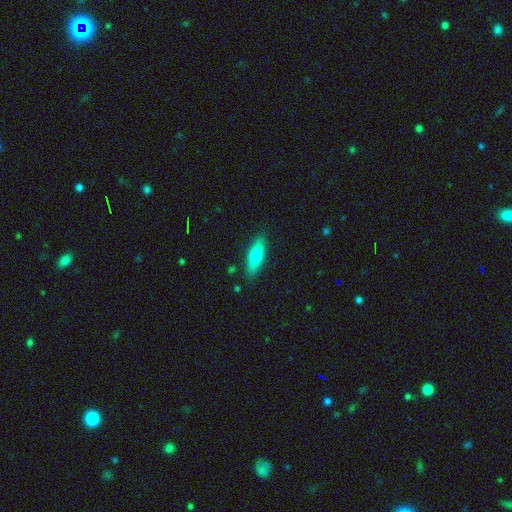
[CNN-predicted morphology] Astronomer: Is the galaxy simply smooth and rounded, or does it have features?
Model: smooth — 67%.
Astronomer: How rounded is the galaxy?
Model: in between — 50% (runner-up: cigar-shaped, 47%).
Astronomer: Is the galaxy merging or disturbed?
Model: none — 85%.